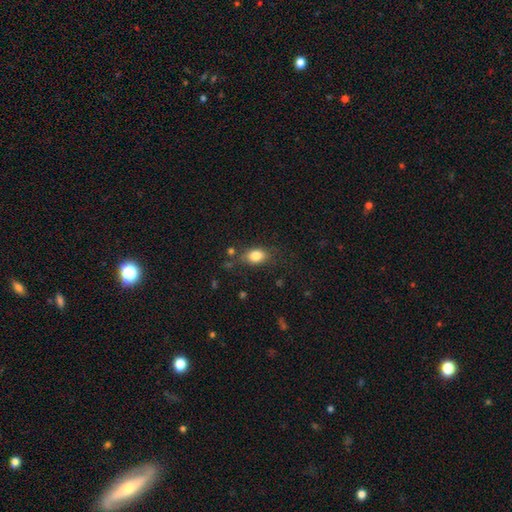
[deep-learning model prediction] Smooth or featured?
  - smooth: 82% *
  - star or artifact: 9%
  - featured or disk: 9%
How rounded?
  - in between: 77% *
  - round: 21%
  - cigar-shaped: 2%
Merging?
  - none: 72% *
  - minor disturbance: 18%
  - major disturbance: 6%
  - merger: 4%